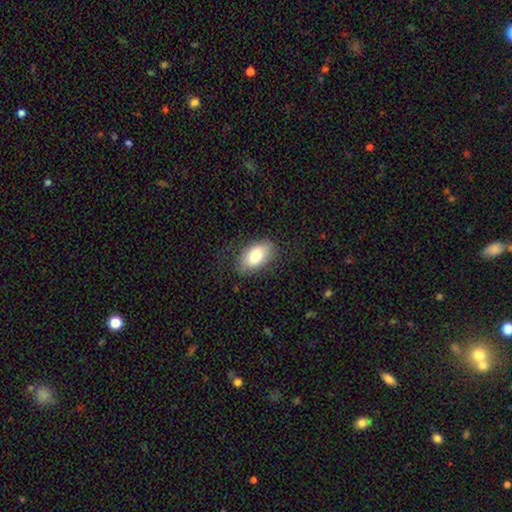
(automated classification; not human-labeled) Morphology: type=smooth (81%); roundness=in between (93%); merging=none (76%).